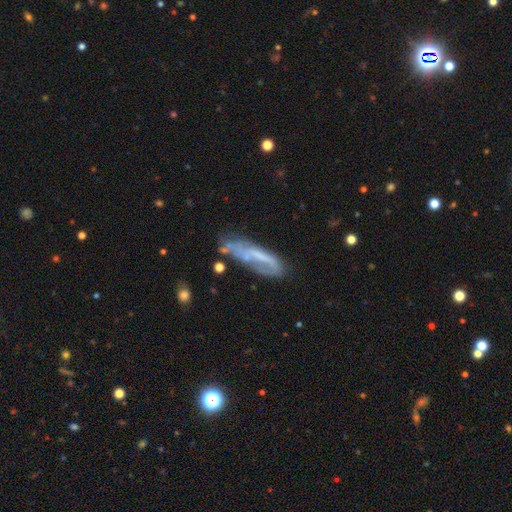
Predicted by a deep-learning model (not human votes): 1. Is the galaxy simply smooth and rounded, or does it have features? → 52% featured or disk, 38% smooth, 11% star or artifact.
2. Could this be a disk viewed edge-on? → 64% no, 36% yes.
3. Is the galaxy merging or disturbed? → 45% none, 27% minor disturbance, 21% major disturbance, 8% merger.